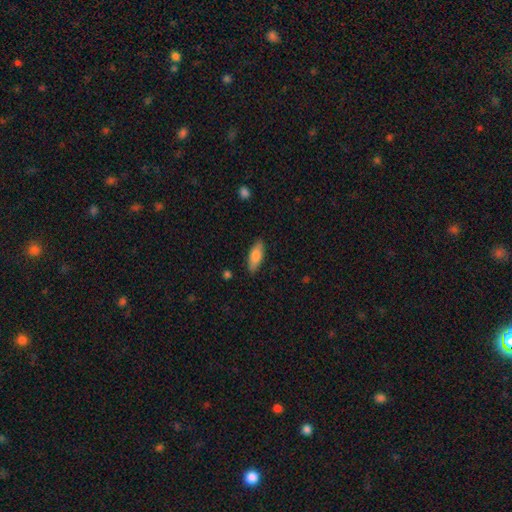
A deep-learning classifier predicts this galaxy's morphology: type=smooth (81%); roundness=in between (71%); merging=none (85%).